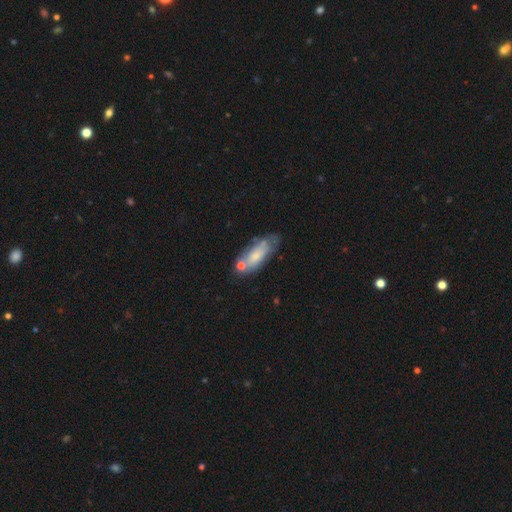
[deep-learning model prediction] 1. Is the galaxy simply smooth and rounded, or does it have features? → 62% smooth, 31% featured or disk, 7% star or artifact.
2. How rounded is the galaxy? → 70% in between, 28% cigar-shaped, 2% round.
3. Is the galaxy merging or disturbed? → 55% none, 24% minor disturbance, 14% merger, 8% major disturbance.